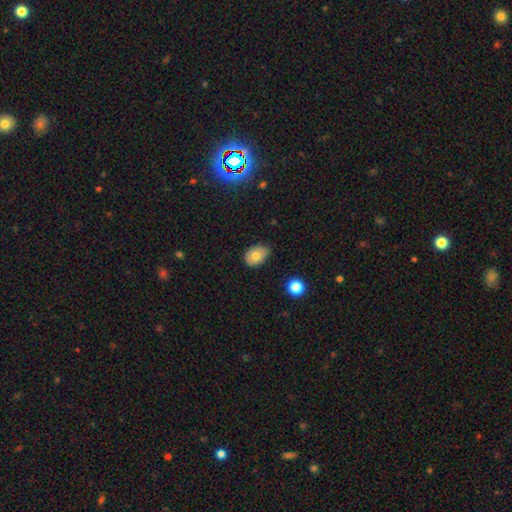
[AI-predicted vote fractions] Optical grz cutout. It shows a smooth galaxy with no disk features (77%) that is in between round and cigar-shaped (74%). Merging: none (67%).